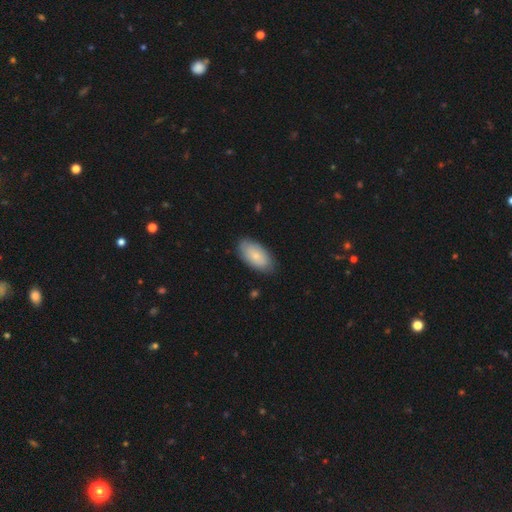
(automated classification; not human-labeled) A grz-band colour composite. It shows a smooth galaxy with no disk features (76%) that is in between round and cigar-shaped (94%). Merging: none (81%).